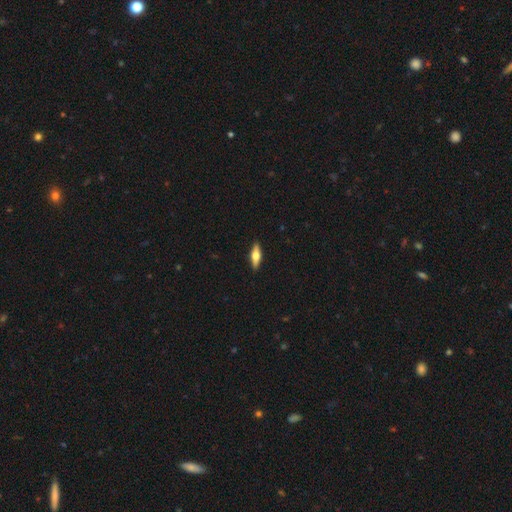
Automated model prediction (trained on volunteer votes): Q: Smooth or featured?
A: featured or disk (49%); runner-up: smooth (45%)
Q: Merging?
A: none (90%); runner-up: minor disturbance (7%)